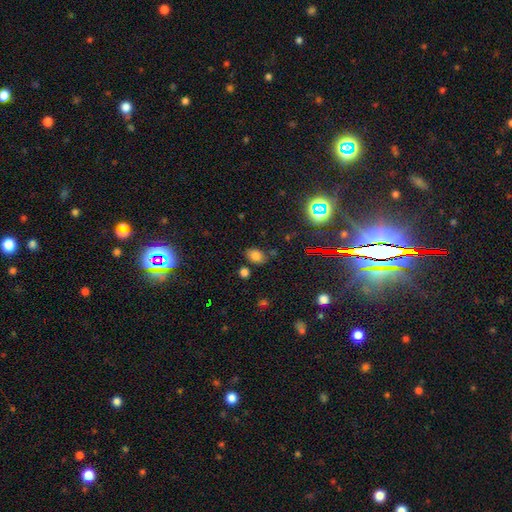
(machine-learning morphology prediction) Overall: smooth (74%). How rounded: in between (77%). Merging: none (74%).